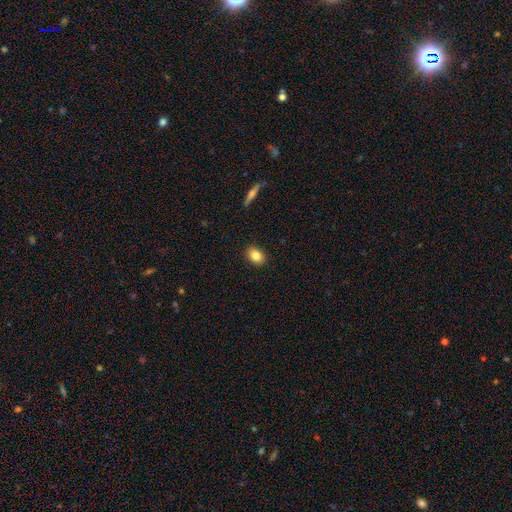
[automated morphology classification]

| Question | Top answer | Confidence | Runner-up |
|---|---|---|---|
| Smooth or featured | smooth | 84% | star or artifact (8%) |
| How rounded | in between | 77% | round (21%) |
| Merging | none | 90% | minor disturbance (7%) |